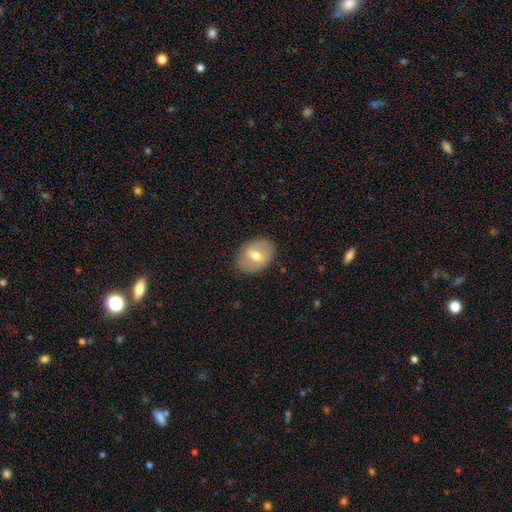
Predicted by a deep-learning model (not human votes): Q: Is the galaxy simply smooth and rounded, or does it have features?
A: smooth — 47%, tied with featured or disk.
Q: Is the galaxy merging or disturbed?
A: none — 84%.